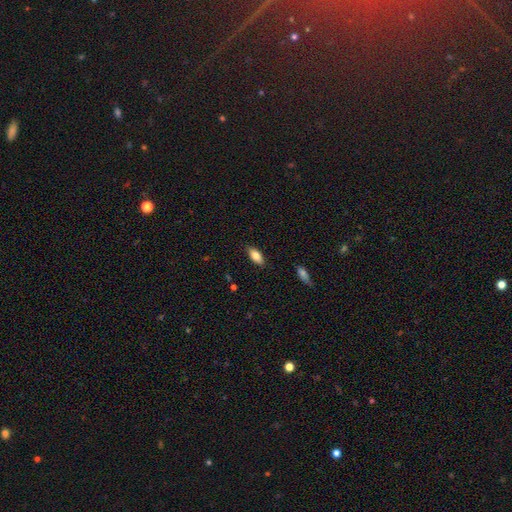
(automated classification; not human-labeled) Smooth or featured? Predicted: smooth (p=0.81). How rounded? Predicted: in between (p=0.86). Merging? Predicted: none (p=0.86).